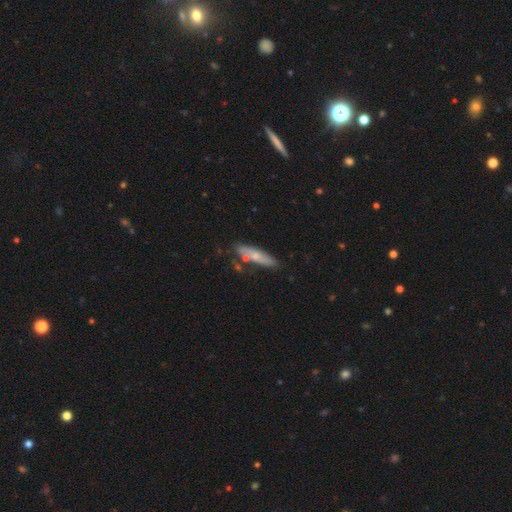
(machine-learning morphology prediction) smooth_or_featured: smooth (p=0.54) [alt: featured or disk p=0.39]
how_rounded: cigar-shaped (p=0.72) [alt: in between p=0.25]
merging: none (p=0.64) [alt: minor disturbance p=0.19]